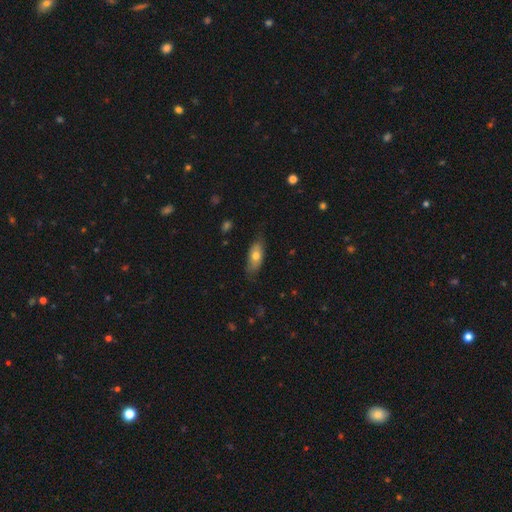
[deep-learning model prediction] Smooth or featured?
  - smooth: 67% *
  - featured or disk: 27%
  - star or artifact: 6%
How rounded?
  - in between: 82% *
  - cigar-shaped: 15%
  - round: 3%
Merging?
  - none: 72% *
  - minor disturbance: 22%
  - major disturbance: 4%
  - merger: 1%